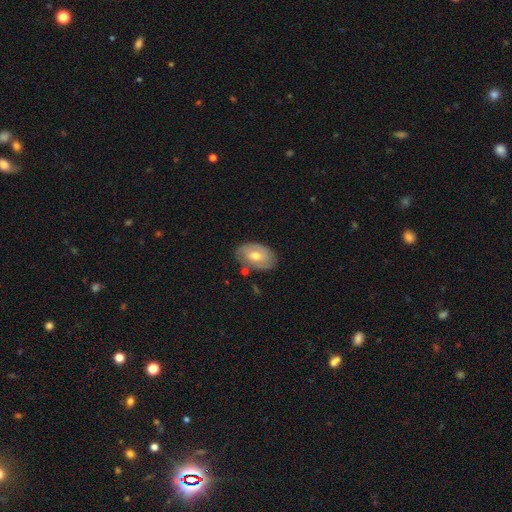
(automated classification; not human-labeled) This is possibly a featured or disk galaxy (48%). Merging: likely none (73%).